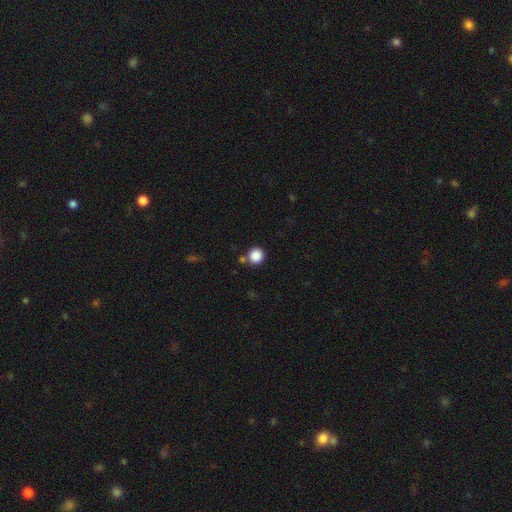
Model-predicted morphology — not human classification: This is clearly a smooth galaxy (87%). How rounded: clearly round (93%). Merging: likely none (80%).